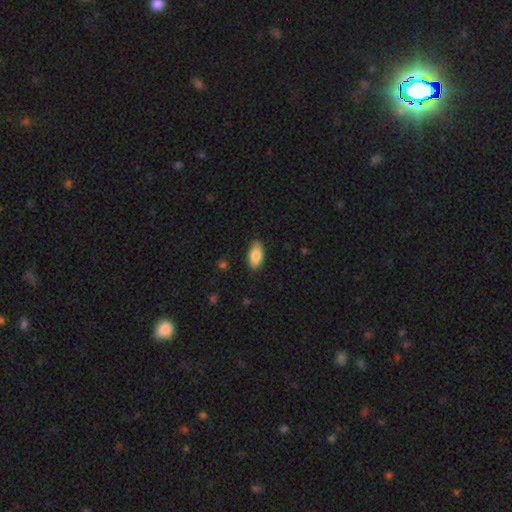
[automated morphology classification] The model was most divided on "merging": none: 86%, minor disturbance: 11%, major disturbance: 2%, merger: 1%. More confident: how rounded — in between (92%); smooth or featured — smooth (86%).